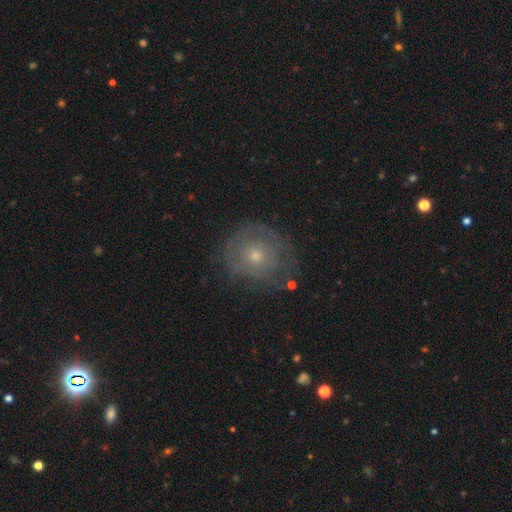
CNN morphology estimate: This appears to be a featured or disk galaxy (50%). Merging: none (68%).